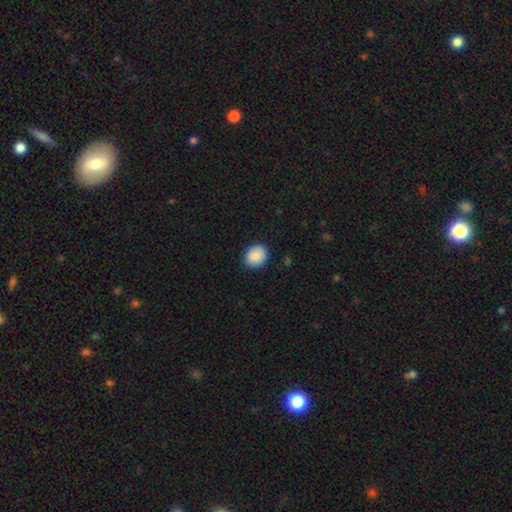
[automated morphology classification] A smooth galaxy with no disk features (89%) that is round (59%).

Vote fractions:
- Smooth or featured? smooth: 89% / star or artifact: 7% / featured or disk: 4%
- How rounded? round: 59% / in between: 40% / cigar-shaped: 1%
- Merging? none: 87% / minor disturbance: 10% / major disturbance: 2% / merger: 1%